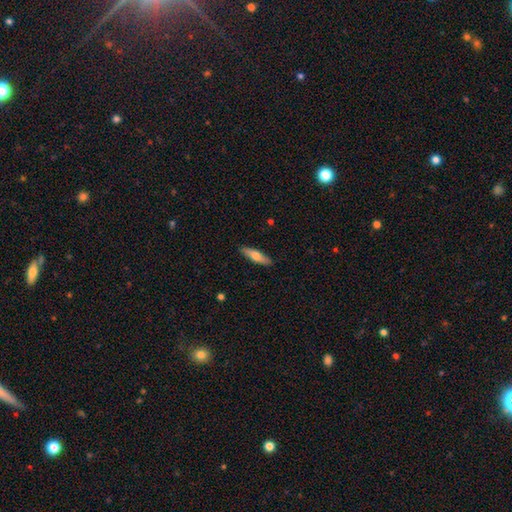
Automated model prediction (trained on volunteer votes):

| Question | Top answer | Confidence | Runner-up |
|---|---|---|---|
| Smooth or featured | smooth | 61% | featured or disk (33%) |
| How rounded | cigar-shaped | 70% | in between (28%) |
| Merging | none | 89% | minor disturbance (8%) |